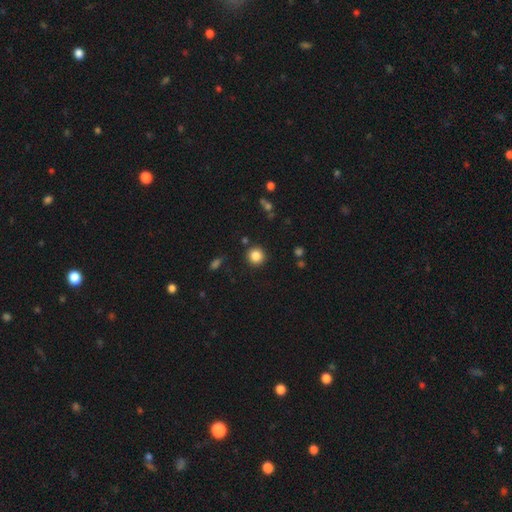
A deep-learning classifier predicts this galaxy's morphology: This is clearly a smooth galaxy (84%). How rounded: clearly round (93%). Merging: clearly none (89%).